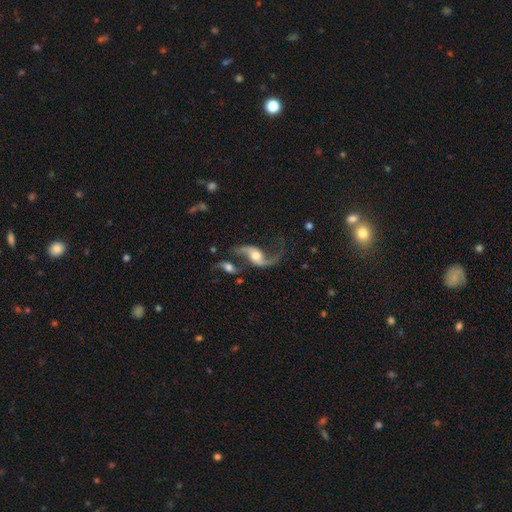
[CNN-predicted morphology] smooth_or_featured: featured or disk (p=0.87) [alt: smooth p=0.07]
disk_edge_on: no (p=0.95) [alt: yes p=0.05]
bar: no (p=0.51) [alt: weak p=0.32]
has_spiral_arms: yes (p=0.95) [alt: no p=0.05]
spiral_winding: loose (p=0.85) [alt: medium p=0.12]
spiral_arm_count: 2 (p=0.91) [alt: 1 p=0.05]
bulge_size: moderate (p=0.64) [alt: small p=0.18]
merging: none (p=0.51) [alt: merger p=0.22]